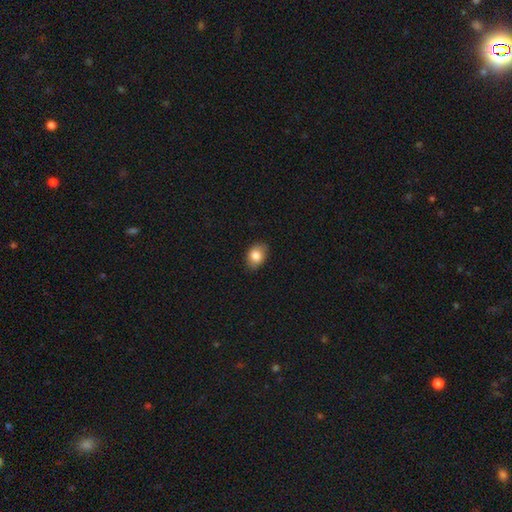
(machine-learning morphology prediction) Overall: smooth (84%). How rounded: in between (74%). Merging: none (83%).